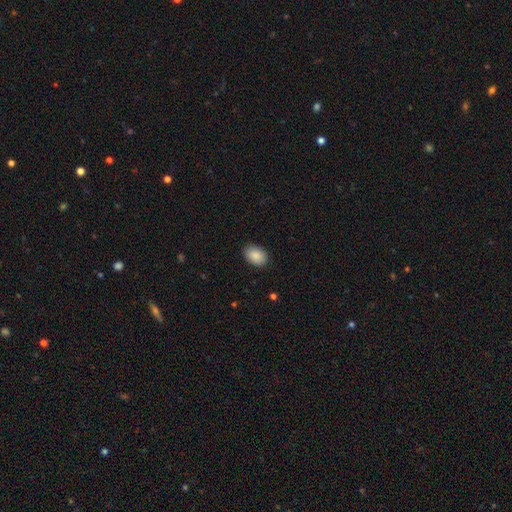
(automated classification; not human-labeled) Smooth or featured? Predicted: smooth (p=0.89). How rounded? Predicted: in between (p=0.85). Merging? Predicted: none (p=0.89).